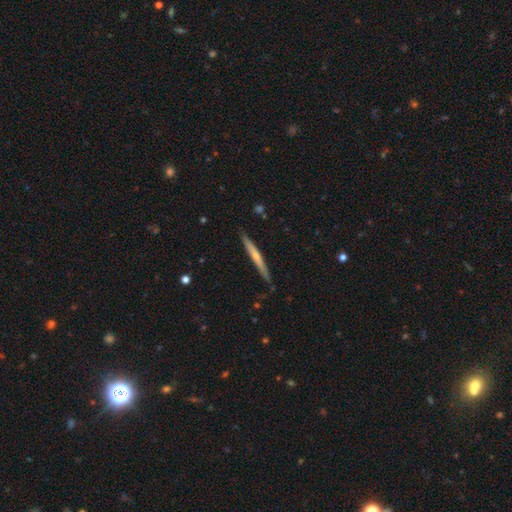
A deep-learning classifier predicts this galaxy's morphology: Overall: featured or disk (54%; smooth 40%). Edge-on disk: yes (96%). Edge-on bulge: rounded (50%; none 46%). Merging: none (85%).